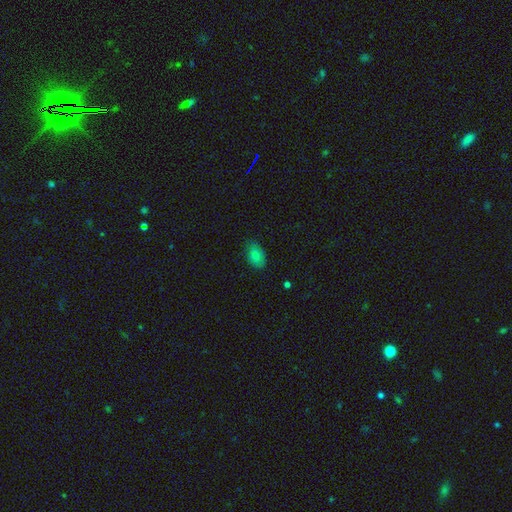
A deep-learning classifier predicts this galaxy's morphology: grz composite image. It shows a smooth galaxy with no disk features (82%) that is in between round and cigar-shaped (90%). Merging: none (74%).